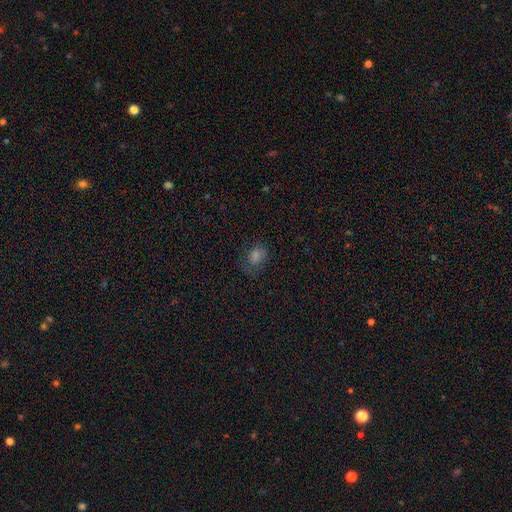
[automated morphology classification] The model was most divided on "how rounded": in between: 59%, round: 40%, cigar-shaped: 2%. More confident: smooth or featured — smooth (64%); merging — none (64%).